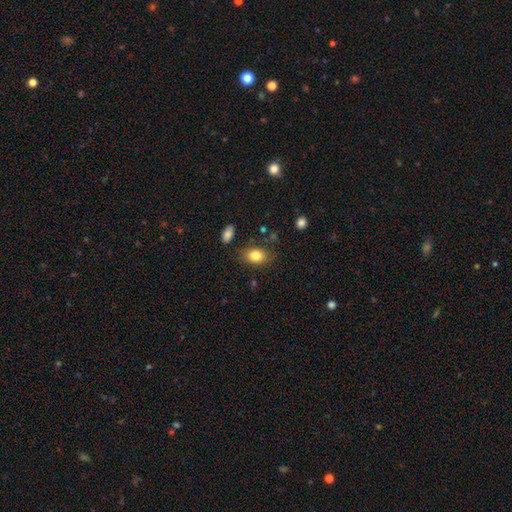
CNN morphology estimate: Overall: smooth (82%). How rounded: in between (77%). Merging: none (78%).